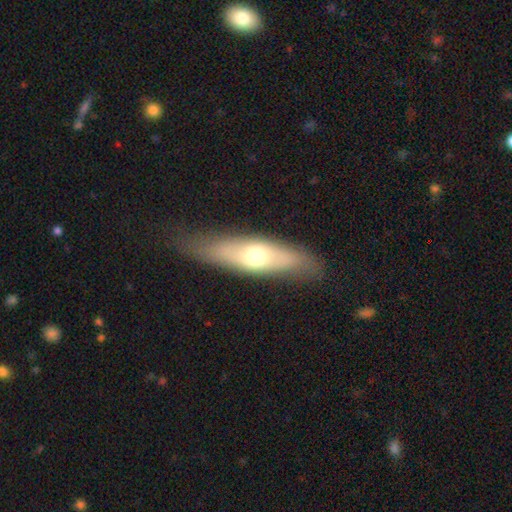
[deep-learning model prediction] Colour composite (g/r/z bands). It shows a smooth galaxy with no disk features (53%) that is cigar-shaped (59%). Merging: none (79%).